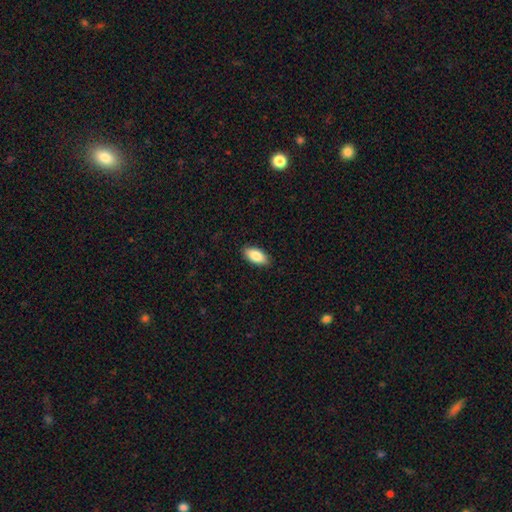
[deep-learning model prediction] Smooth or featured? Predicted: smooth (p=0.87). How rounded? Predicted: in between (p=0.91). Merging? Predicted: none (p=0.88).